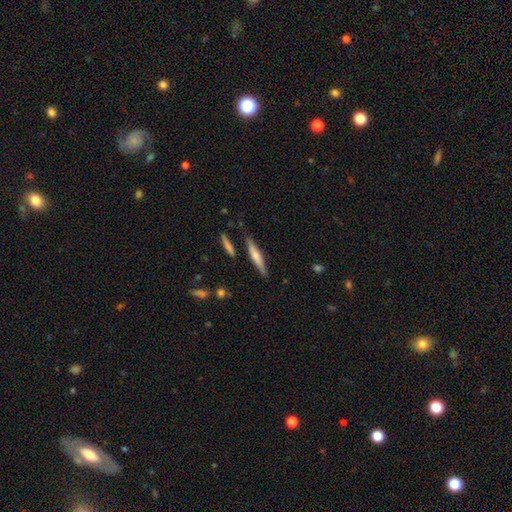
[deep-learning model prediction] smooth-or-featured: smooth: 54% | featured or disk: 41% | star or artifact: 6%
  how-rounded: cigar-shaped: 89% | in between: 9% | round: 2%
  merging: none: 83% | minor disturbance: 11% | merger: 4% | major disturbance: 2%